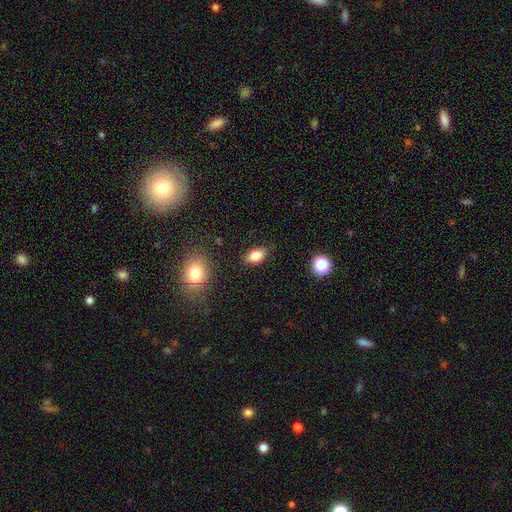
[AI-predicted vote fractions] This appears to be a smooth galaxy with no disk features (81%) that is in between round and cigar-shaped (87%). Merging: none (83%).